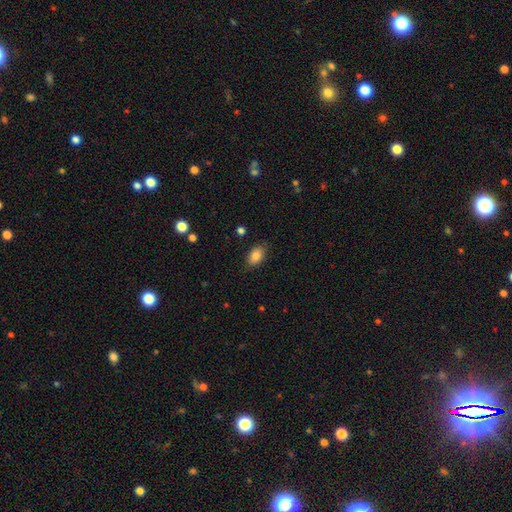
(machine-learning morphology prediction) type=smooth (84%); roundness=in between (88%); merging=none (82%).